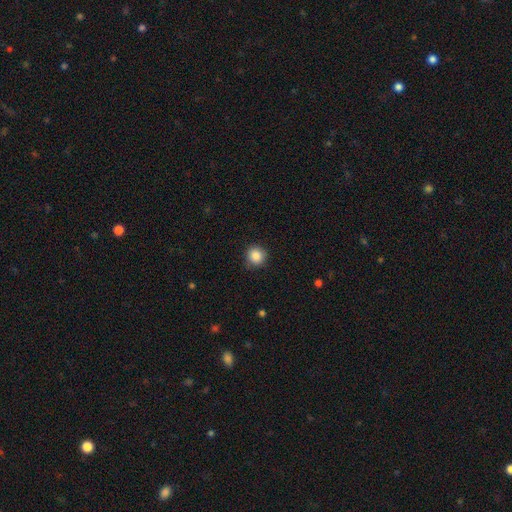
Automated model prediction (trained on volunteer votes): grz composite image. It shows a smooth galaxy with no disk features (87%) that is round (92%). Merging: none (88%).